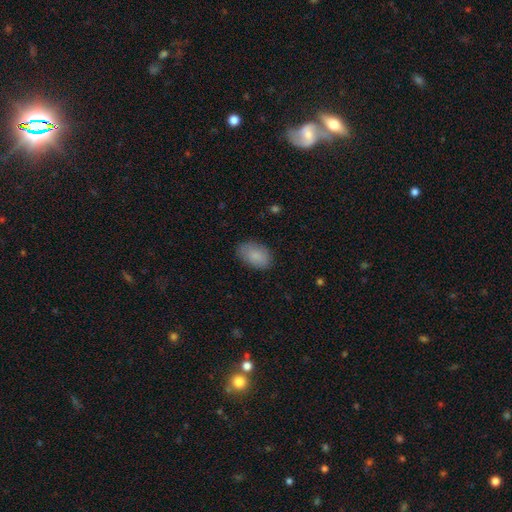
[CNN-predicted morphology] This is clearly a smooth galaxy (86%). How rounded: clearly in between (91%). Merging: clearly none (82%).